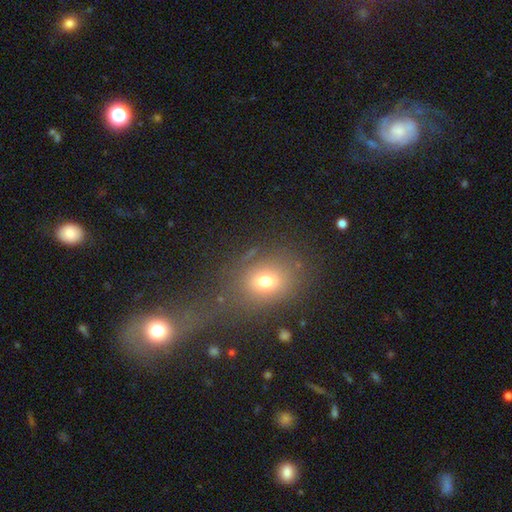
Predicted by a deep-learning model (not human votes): This appears to be a smooth galaxy with no disk features (53%) that is round (66%). Merging: merger (42%).